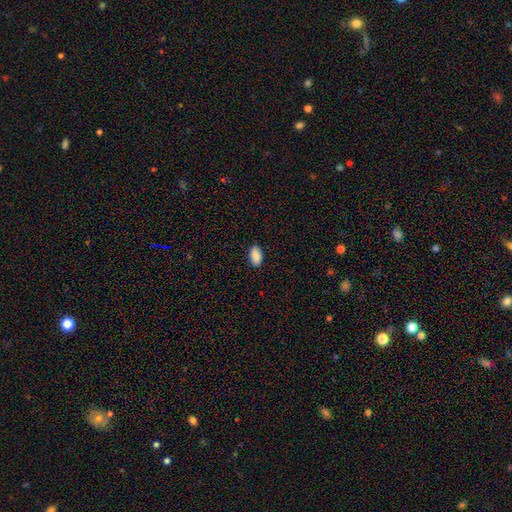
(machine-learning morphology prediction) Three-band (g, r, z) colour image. It shows a smooth galaxy with no disk features (89%) that is in between round and cigar-shaped (94%). Merging: none (88%).